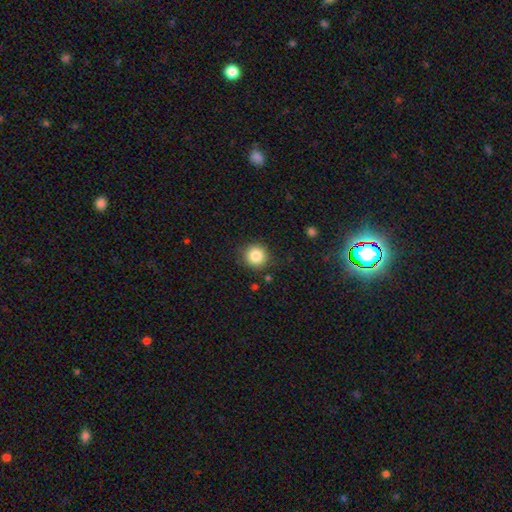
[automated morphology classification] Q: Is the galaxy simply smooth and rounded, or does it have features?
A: smooth — 84%.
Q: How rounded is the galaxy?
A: round — 93%.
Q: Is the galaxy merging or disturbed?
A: none — 86%.